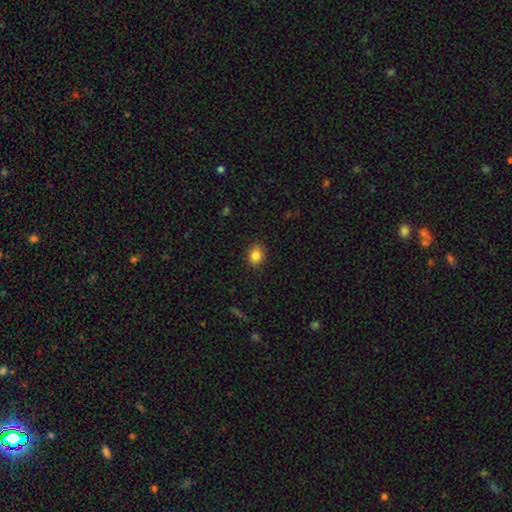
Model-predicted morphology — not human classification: A smooth galaxy with no disk features (85%) that is in between round and cigar-shaped (53%). Merging: none (88%).